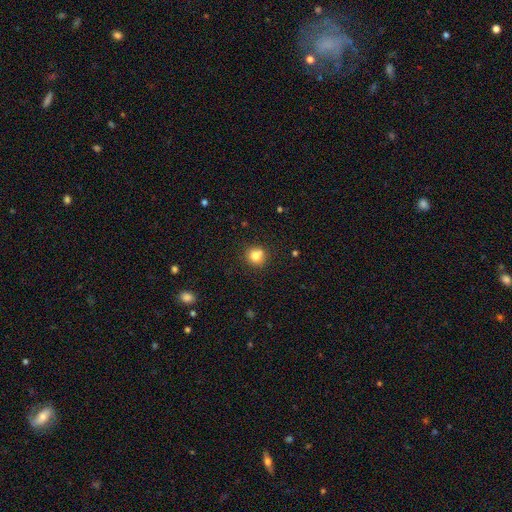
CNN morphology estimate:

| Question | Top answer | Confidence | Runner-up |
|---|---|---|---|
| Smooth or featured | smooth | 79% | star or artifact (12%) |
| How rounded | round | 90% | in between (9%) |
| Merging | none | 75% | minor disturbance (11%) |